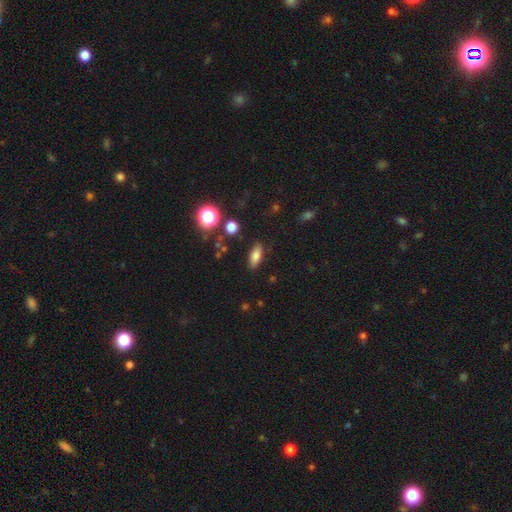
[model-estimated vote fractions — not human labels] Smooth or featured? smooth (77%)
How rounded? in between (75%)
Merging? none (85%)